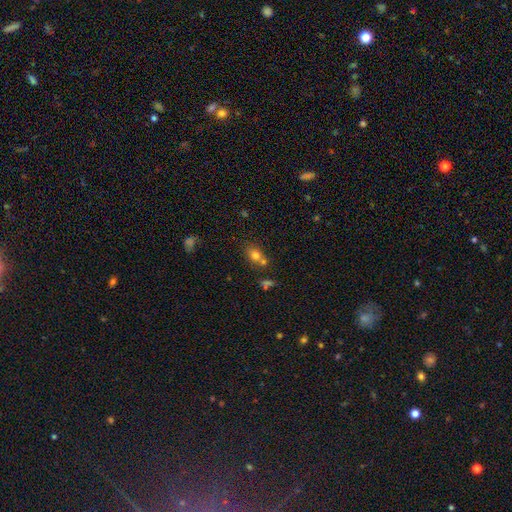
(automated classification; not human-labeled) This appears to be a smooth galaxy with no disk features (73%) that is round (54%). Merging: none (53%).